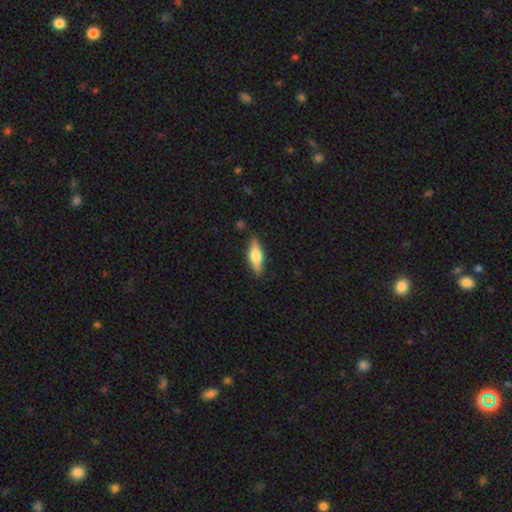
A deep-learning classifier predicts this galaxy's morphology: type=smooth (52%); roundness=in between (50%); merging=none (84%).